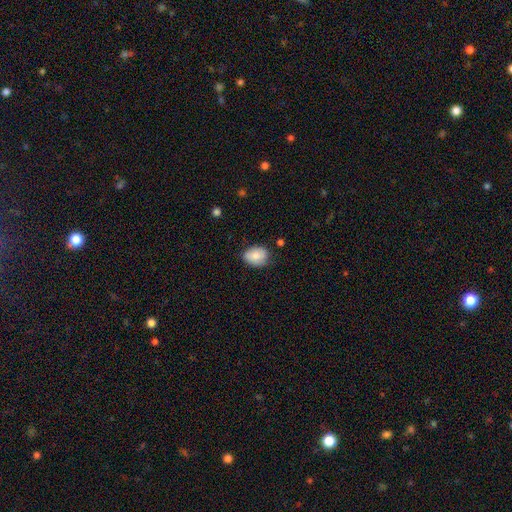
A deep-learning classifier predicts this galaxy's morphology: Smooth or featured? Predicted: smooth (p=0.82). How rounded? Predicted: in between (p=0.67). Merging? Predicted: none (p=0.74).